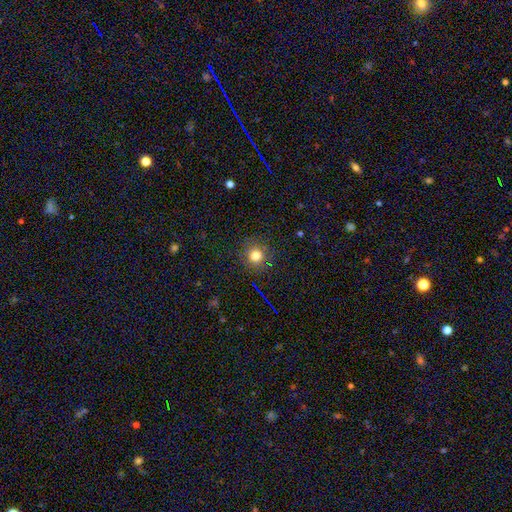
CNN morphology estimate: Smooth or featured: smooth — 78% (star or artifact — 15%)
How rounded: round — 92% (in between — 7%)
Merging: none — 87% (minor disturbance — 8%)